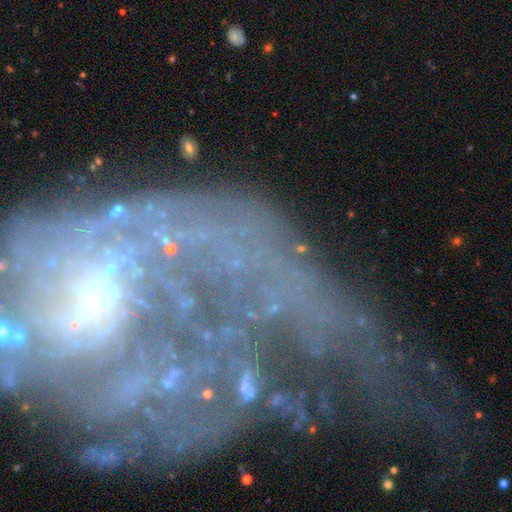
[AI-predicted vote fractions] Overall: featured or disk (71%). Edge-on disk: no (94%). Bar: no (52%; weak 28%). Spiral arms: yes (59%; no 41%). Bulge size: small (32%; none 31%). Merging: major disturbance (37%; none 36%).